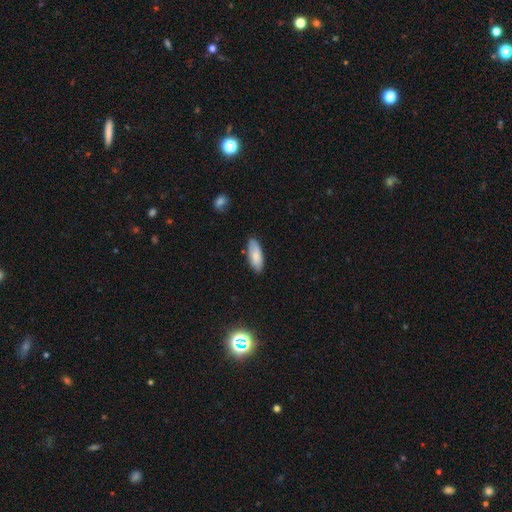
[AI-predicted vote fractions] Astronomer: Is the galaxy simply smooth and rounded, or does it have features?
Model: smooth — 79%.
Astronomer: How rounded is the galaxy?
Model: in between — 77%.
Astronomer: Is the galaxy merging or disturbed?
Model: none — 79%.